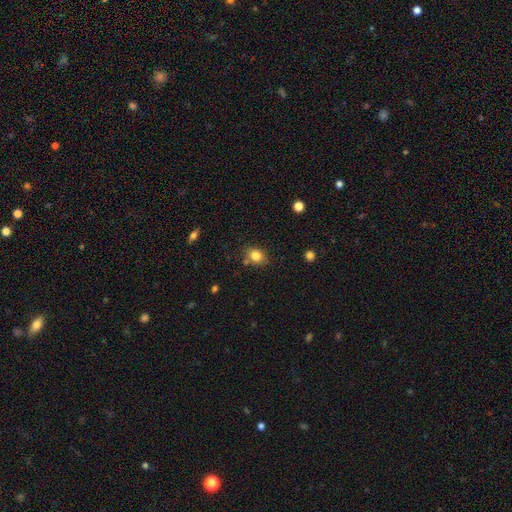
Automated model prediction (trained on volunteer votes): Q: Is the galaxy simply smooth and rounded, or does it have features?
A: smooth — 81%.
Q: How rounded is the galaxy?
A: round — 58%.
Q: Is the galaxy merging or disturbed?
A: none — 77%.